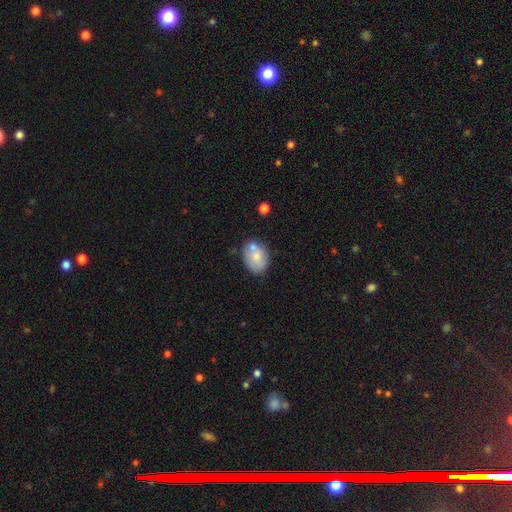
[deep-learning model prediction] smooth_or_featured: smooth (p=0.72) [alt: featured or disk p=0.20]
how_rounded: in between (p=0.72) [alt: round p=0.27]
merging: none (p=0.61) [alt: minor disturbance p=0.18]